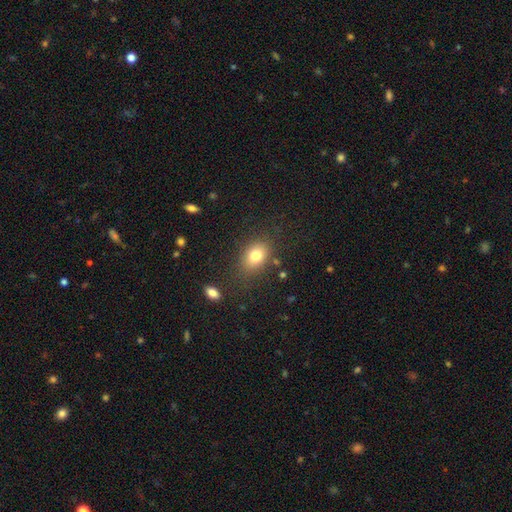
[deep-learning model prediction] Smooth or featured? Predicted: smooth (p=0.79). How rounded? Predicted: in between (p=0.73). Merging? Predicted: none (p=0.78).